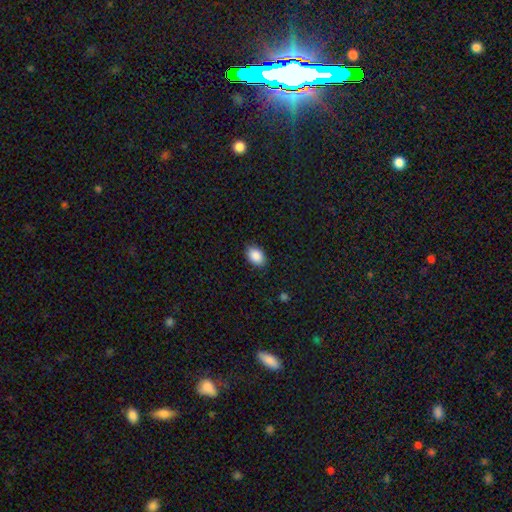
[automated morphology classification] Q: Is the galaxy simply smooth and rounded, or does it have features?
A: smooth — 89%.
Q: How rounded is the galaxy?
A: in between — 84%.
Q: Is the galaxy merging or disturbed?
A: none — 88%.